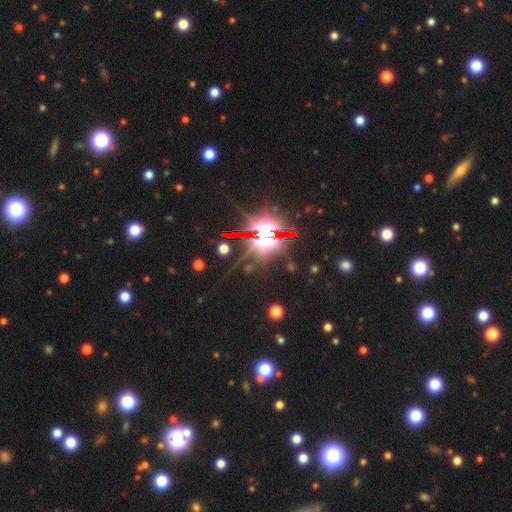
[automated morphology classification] smooth_or_featured: star or artifact (p=0.83) [alt: smooth p=0.09]